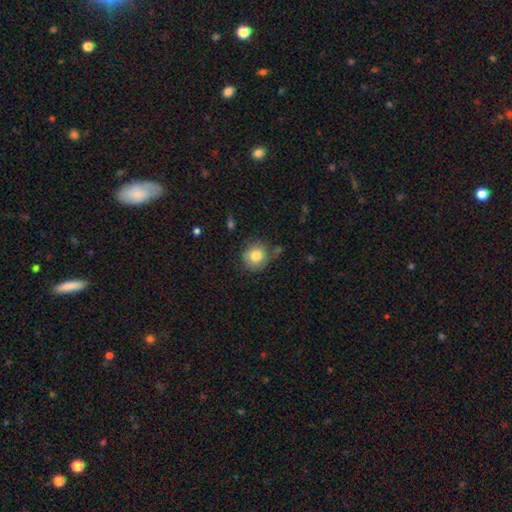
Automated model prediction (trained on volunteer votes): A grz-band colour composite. It shows a smooth galaxy with no disk features (81%) that is round (85%). Merging: none (69%).